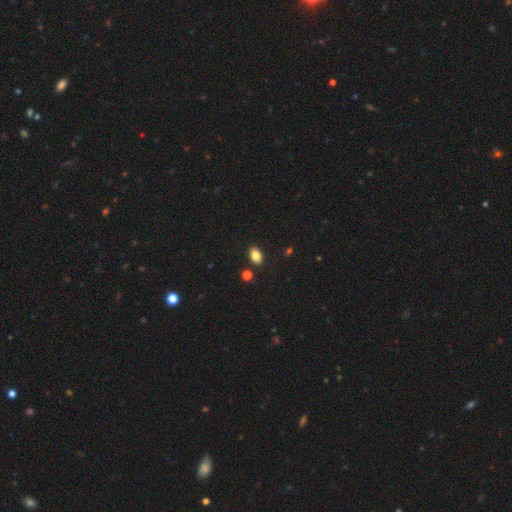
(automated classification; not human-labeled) smooth_or_featured: smooth (p=0.84) [alt: star or artifact p=0.10]
how_rounded: in between (p=0.86) [alt: round p=0.13]
merging: none (p=0.87) [alt: minor disturbance p=0.08]